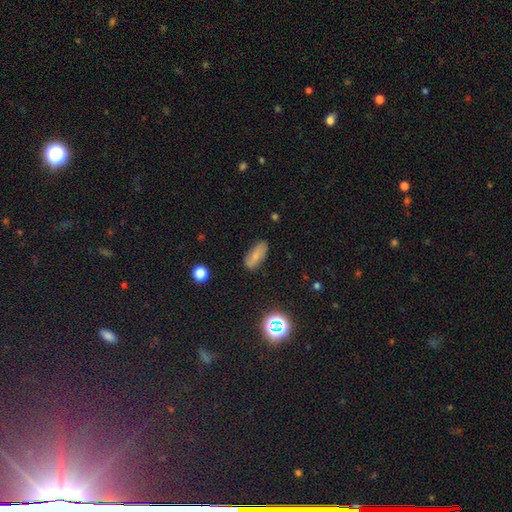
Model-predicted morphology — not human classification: The model was most divided on "smooth or featured": smooth: 69%, featured or disk: 20%, star or artifact: 11%. More confident: how rounded — in between (81%); merging — none (79%).